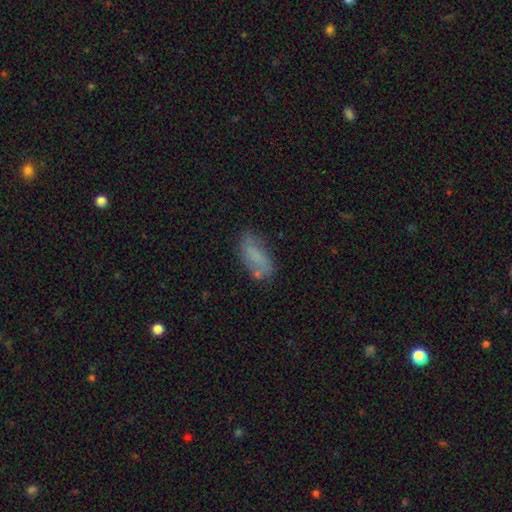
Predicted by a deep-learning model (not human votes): Overall: smooth (71%). How rounded: in between (81%). Merging: none (63%; minor disturbance 23%).